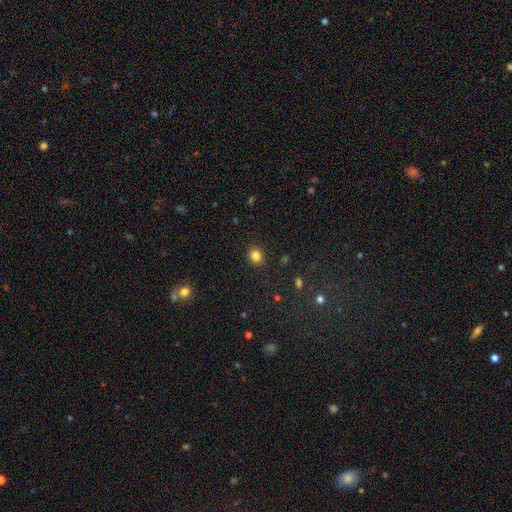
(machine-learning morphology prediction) The model was most divided on "how rounded": round: 78%, in between: 21%, cigar-shaped: 1%. More confident: merging — none (90%); smooth or featured — smooth (84%).